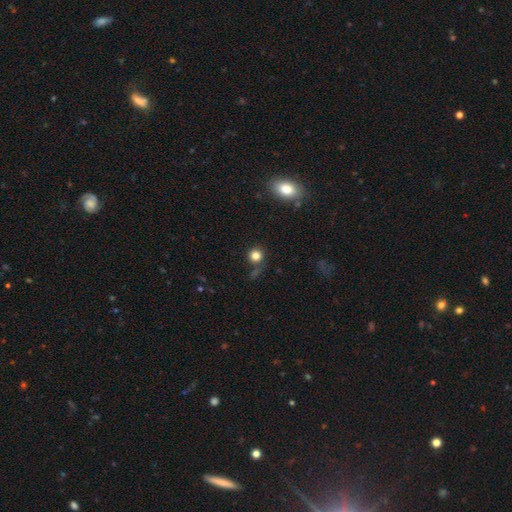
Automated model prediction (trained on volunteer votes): Smooth or featured: smooth — 80% (star or artifact — 14%)
How rounded: round — 91% (in between — 8%)
Merging: none — 75% (minor disturbance — 12%)